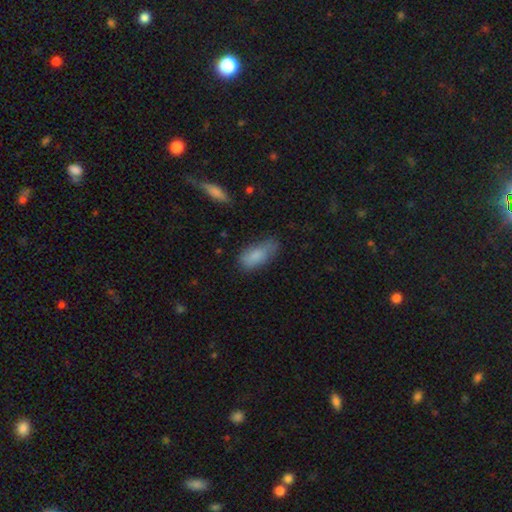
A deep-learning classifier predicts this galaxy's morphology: Smooth or featured: smooth — 82% (featured or disk — 11%)
How rounded: in between — 87% (cigar-shaped — 11%)
Merging: none — 55% (minor disturbance — 33%)